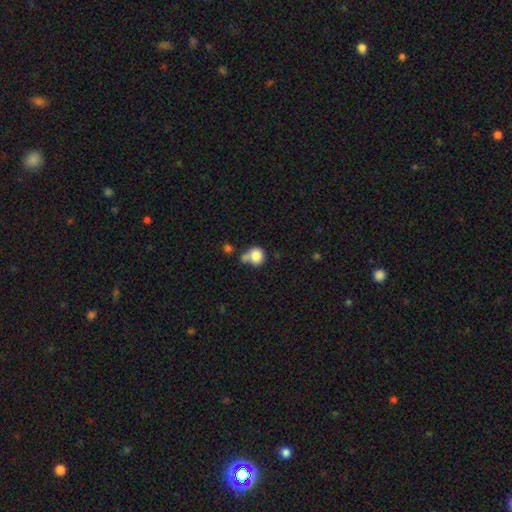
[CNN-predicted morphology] Smooth or featured? smooth (82%)
How rounded? round (81%)
Merging? none (39%)